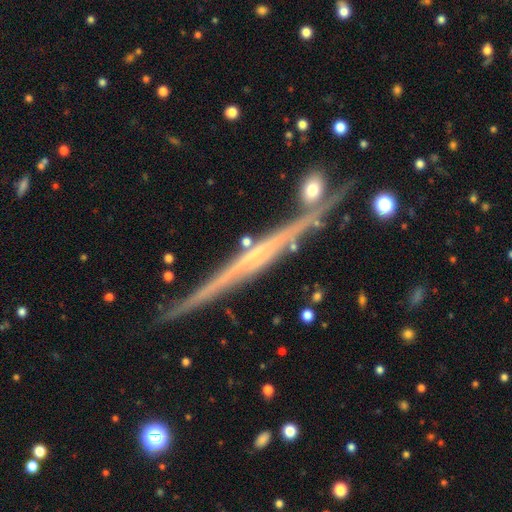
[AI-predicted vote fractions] The model was most divided on "edge-on bulge": none: 66%, rounded: 23%, boxy: 11%. More confident: edge-on disk — yes (97%); merging — none (84%); smooth or featured — featured or disk (77%).